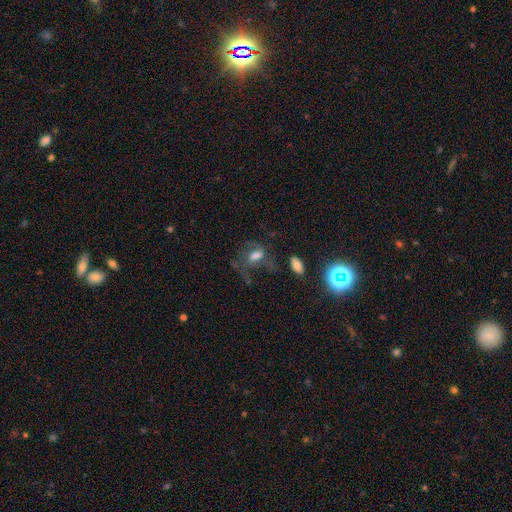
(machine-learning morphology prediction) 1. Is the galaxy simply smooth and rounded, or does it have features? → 44% featured or disk, 40% smooth, 16% star or artifact.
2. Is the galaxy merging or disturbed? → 39% none, 36% major disturbance, 19% minor disturbance, 6% merger.